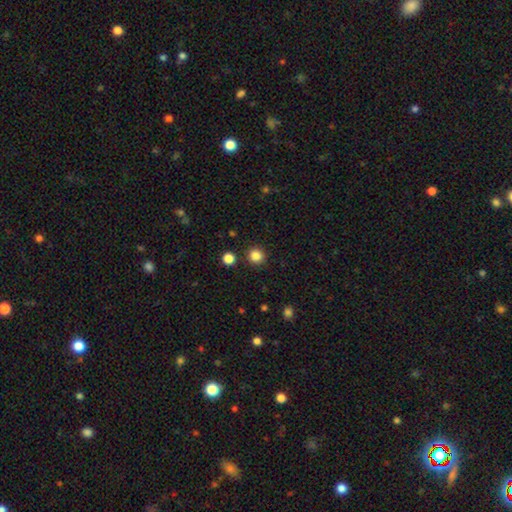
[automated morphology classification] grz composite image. It shows a smooth galaxy with no disk features (85%) that is round (93%). Merging: none (90%).